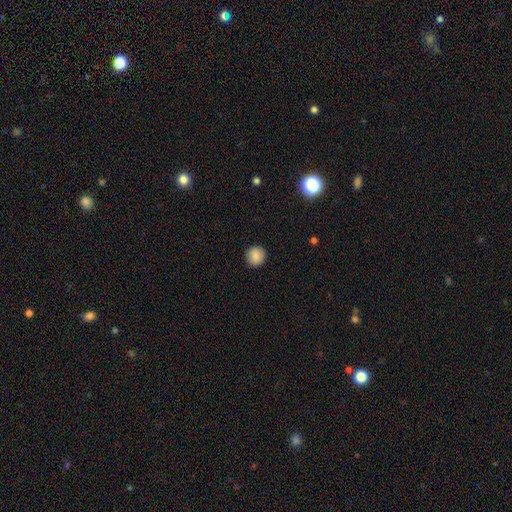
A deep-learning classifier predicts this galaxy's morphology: smooth-or-featured: smooth: 87% | star or artifact: 9% | featured or disk: 4%
  how-rounded: round: 93% | in between: 6% | cigar-shaped: 1%
  merging: none: 92% | minor disturbance: 6% | major disturbance: 2% | merger: 1%